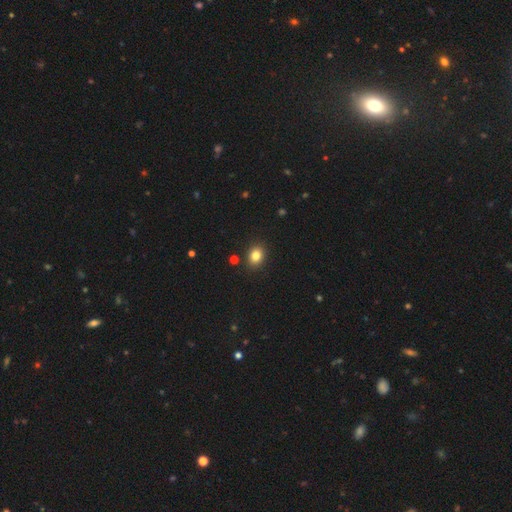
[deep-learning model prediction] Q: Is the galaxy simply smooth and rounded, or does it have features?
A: smooth — 83%.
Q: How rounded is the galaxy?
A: in between — 52%.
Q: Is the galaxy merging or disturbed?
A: none — 89%.